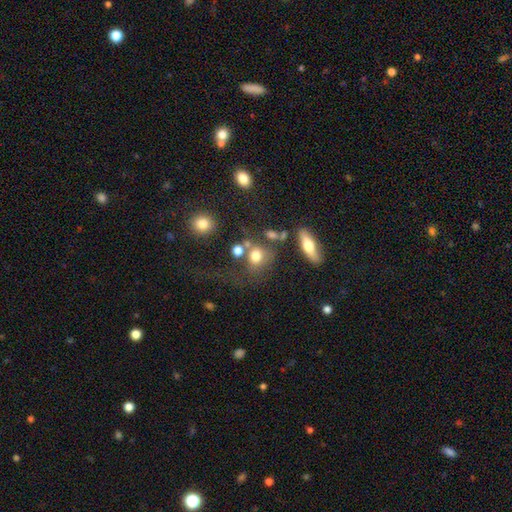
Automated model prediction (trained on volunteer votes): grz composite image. It shows a smooth galaxy with no disk features (72%) that is round (61%). Merging: none (45%).